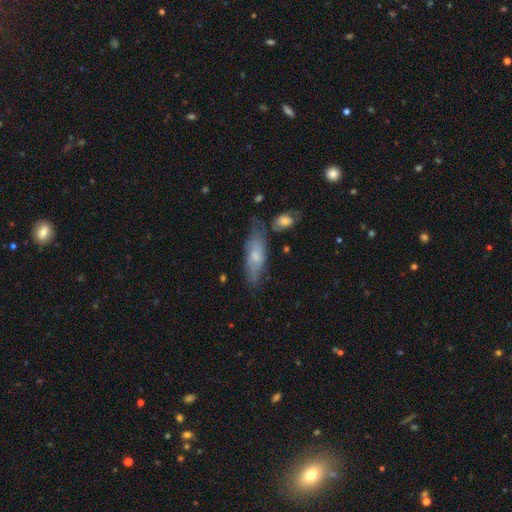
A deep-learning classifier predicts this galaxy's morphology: smooth 52%, featured or disk 41%, star or artifact 7%. Down the decision tree: how rounded — in between (56%); merging — none (57%).